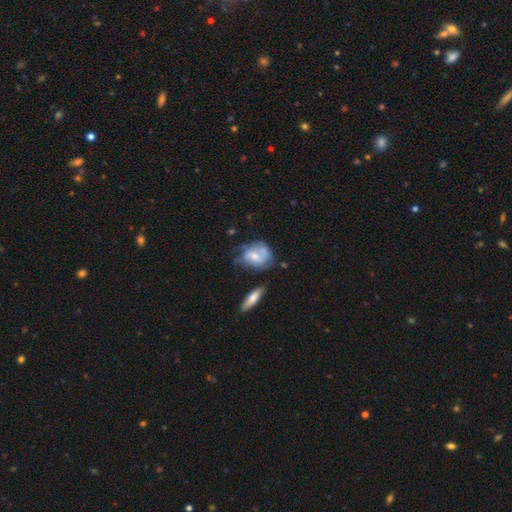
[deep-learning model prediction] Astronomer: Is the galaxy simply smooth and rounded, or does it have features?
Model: featured or disk — 60%.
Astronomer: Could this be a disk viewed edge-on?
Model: no — 96%.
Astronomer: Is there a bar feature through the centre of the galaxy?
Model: no — 55% (runner-up: weak, 37%).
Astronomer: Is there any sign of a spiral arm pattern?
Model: yes — 73%.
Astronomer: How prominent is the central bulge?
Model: small — 41%, tied with moderate at 41%.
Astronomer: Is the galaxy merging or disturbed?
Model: none — 45% (runner-up: minor disturbance, 27%).